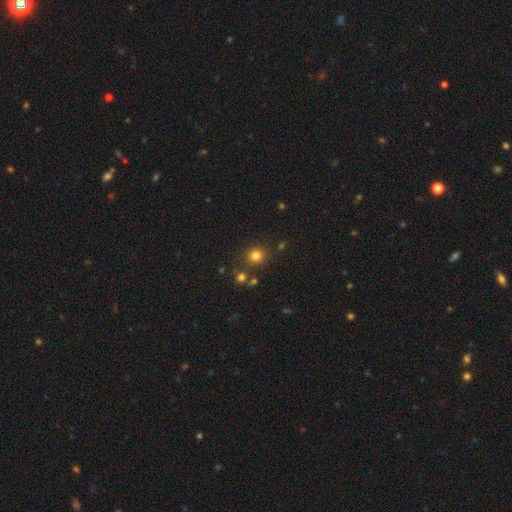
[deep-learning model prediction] smooth 79%, star or artifact 15%, featured or disk 6%. Down the decision tree: how rounded — round (88%); merging — none (82%).